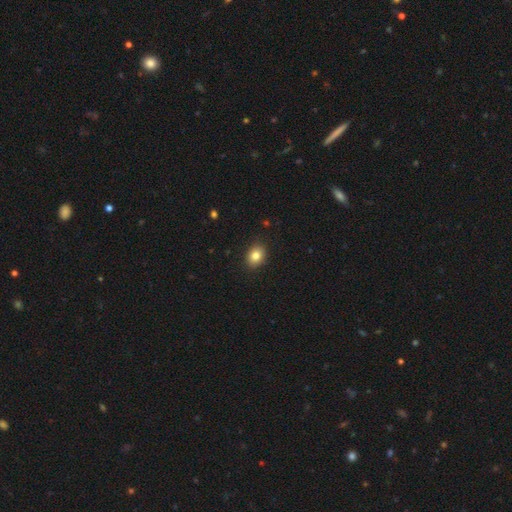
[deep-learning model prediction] Smooth or featured? smooth (83%)
How rounded? in between (62%)
Merging? none (89%)